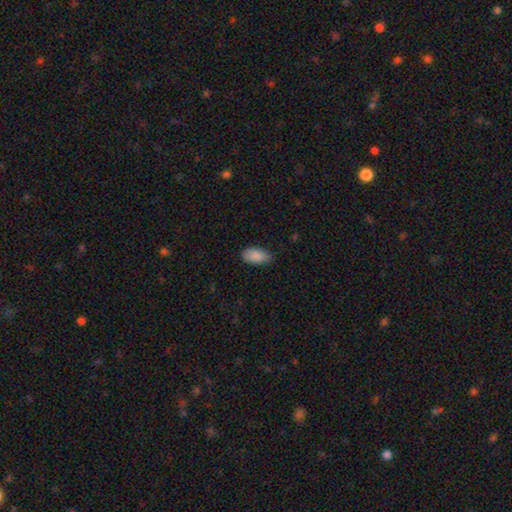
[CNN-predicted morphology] A smooth galaxy with no disk features (89%) that is in between round and cigar-shaped (94%). Merging: none (79%).